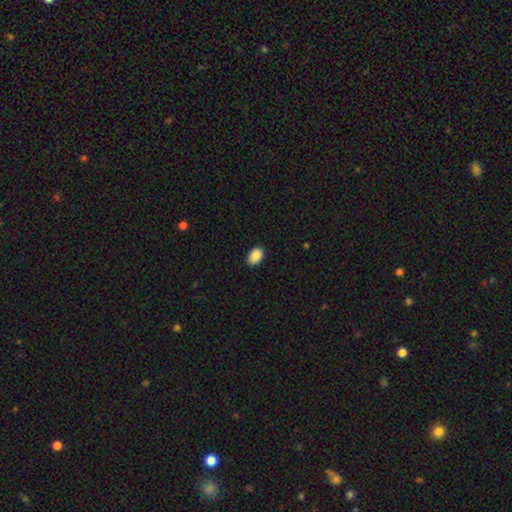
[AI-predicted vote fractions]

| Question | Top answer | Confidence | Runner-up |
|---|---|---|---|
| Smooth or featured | smooth | 90% | star or artifact (7%) |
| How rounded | in between | 86% | round (13%) |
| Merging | none | 87% | minor disturbance (10%) |